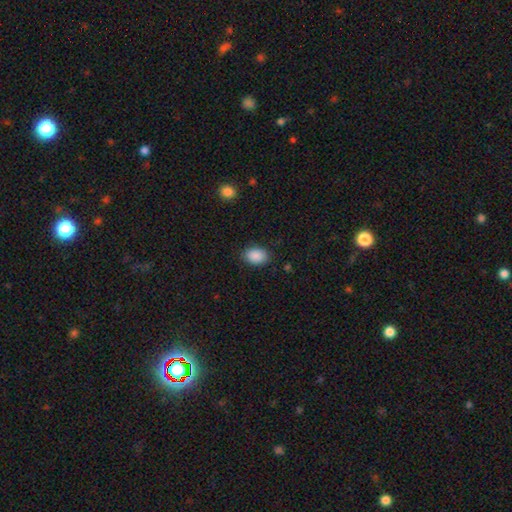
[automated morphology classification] type=smooth (89%); roundness=in between (77%); merging=none (86%).